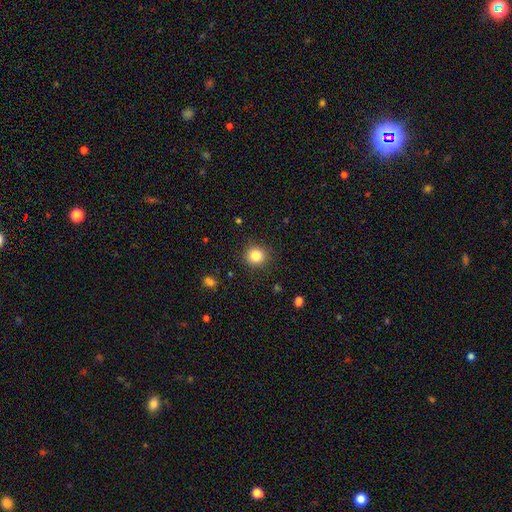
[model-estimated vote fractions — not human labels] smooth-or-featured: smooth: 84% | star or artifact: 11% | featured or disk: 5%
  how-rounded: round: 92% | in between: 7% | cigar-shaped: 1%
  merging: none: 90% | minor disturbance: 7% | major disturbance: 2% | merger: 1%